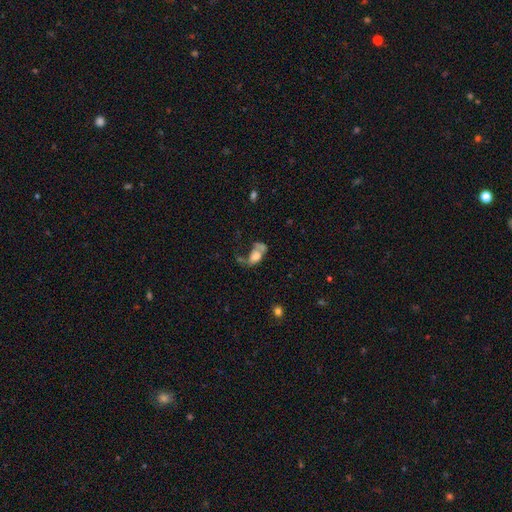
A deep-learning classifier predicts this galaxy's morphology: smooth 55%, featured or disk 34%, star or artifact 12%. Down the decision tree: how rounded — in between (84%); merging — major disturbance (40%).